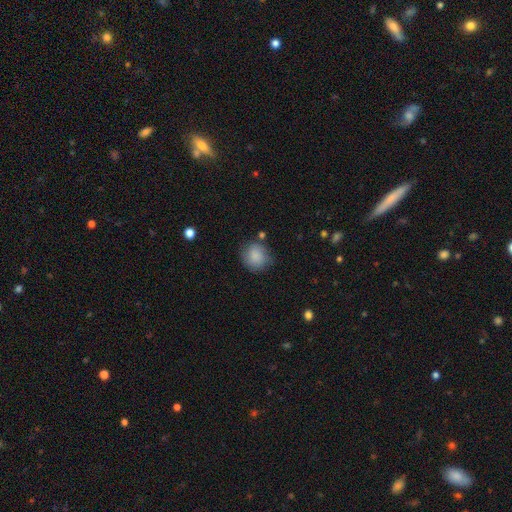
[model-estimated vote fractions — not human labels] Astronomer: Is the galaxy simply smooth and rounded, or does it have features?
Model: smooth — 85%.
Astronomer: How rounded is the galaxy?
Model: round — 80%.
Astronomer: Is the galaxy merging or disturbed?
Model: none — 72%.